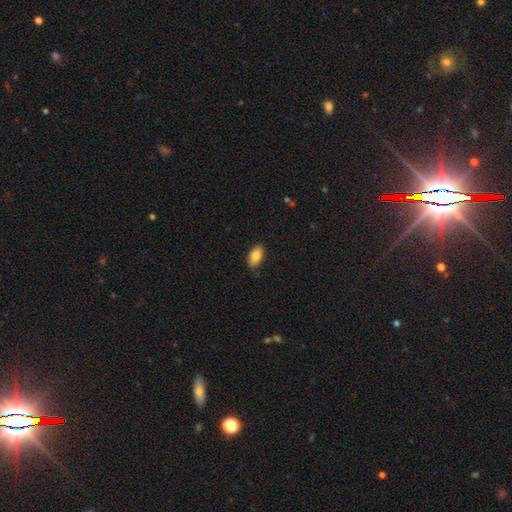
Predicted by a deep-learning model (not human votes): Smooth or featured?
  - smooth: 85% *
  - featured or disk: 8%
  - star or artifact: 7%
How rounded?
  - in between: 93% *
  - round: 4%
  - cigar-shaped: 3%
Merging?
  - none: 86% *
  - minor disturbance: 11%
  - major disturbance: 2%
  - merger: 1%